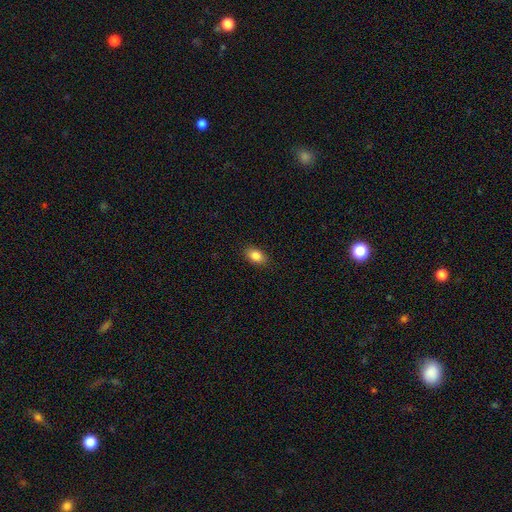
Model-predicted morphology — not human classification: smooth_or_featured: smooth (p=0.86) [alt: star or artifact p=0.08]
how_rounded: in between (p=0.87) [alt: round p=0.10]
merging: none (p=0.88) [alt: minor disturbance p=0.09]